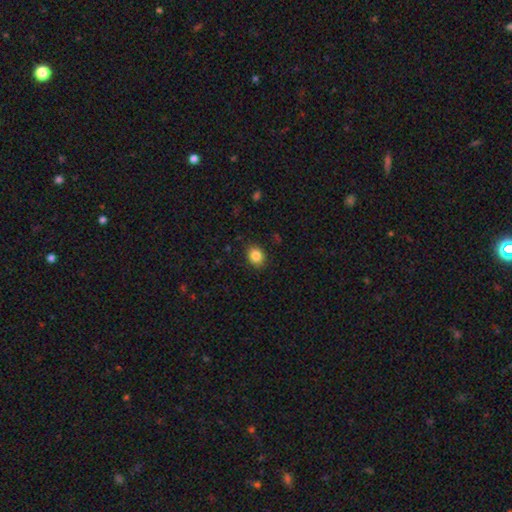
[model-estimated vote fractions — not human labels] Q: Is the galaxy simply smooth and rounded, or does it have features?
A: smooth — 86%.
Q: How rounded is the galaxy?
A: round — 51%.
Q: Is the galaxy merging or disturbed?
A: none — 87%.